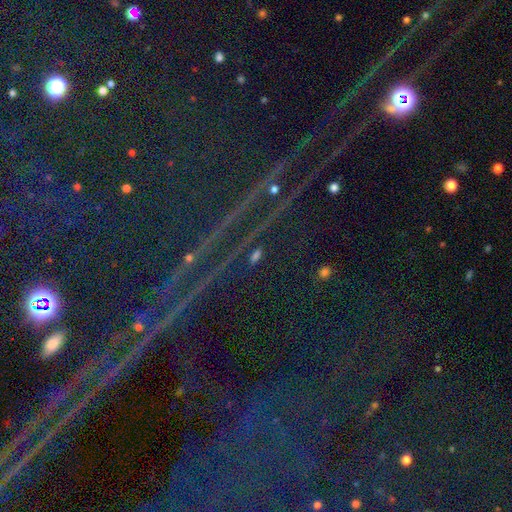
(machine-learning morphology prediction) Smooth or featured? star or artifact (68%)